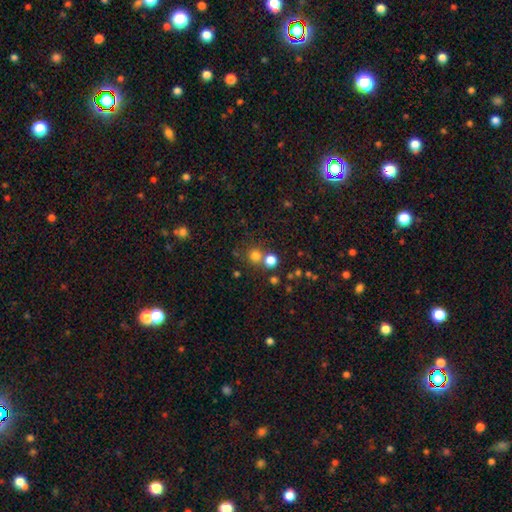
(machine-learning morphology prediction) The model was most divided on "merging": none: 66%, merger: 25%, minor disturbance: 6%, major disturbance: 3%. More confident: how rounded — round (91%); smooth or featured — smooth (75%).